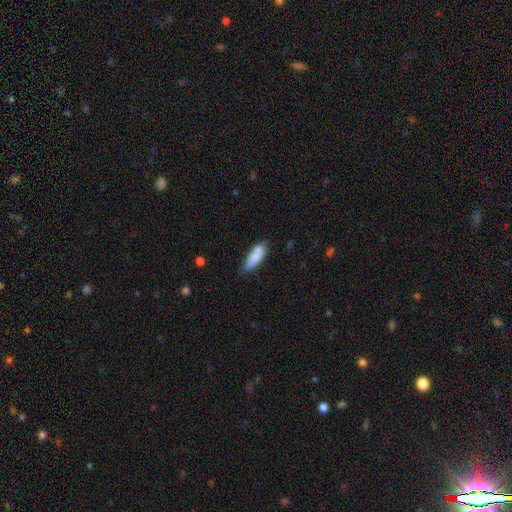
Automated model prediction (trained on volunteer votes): smooth-or-featured: smooth: 83% | featured or disk: 10% | star or artifact: 7%
  how-rounded: in between: 60% | cigar-shaped: 38% | round: 2%
  merging: none: 66% | minor disturbance: 23% | merger: 7% | major disturbance: 4%